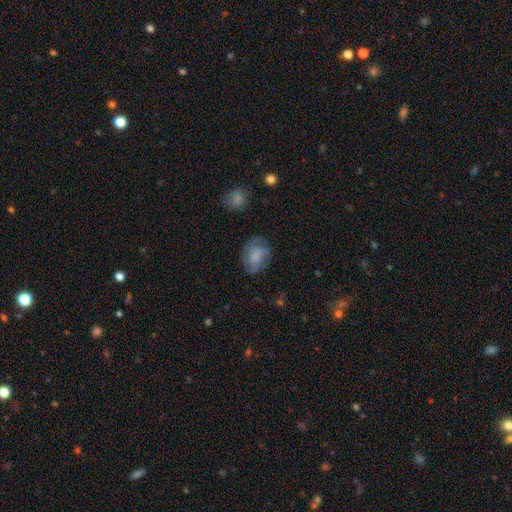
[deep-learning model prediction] Smooth or featured? Predicted: smooth (p=0.53). How rounded? Predicted: in between (p=0.64). Merging? Predicted: none (p=0.65).